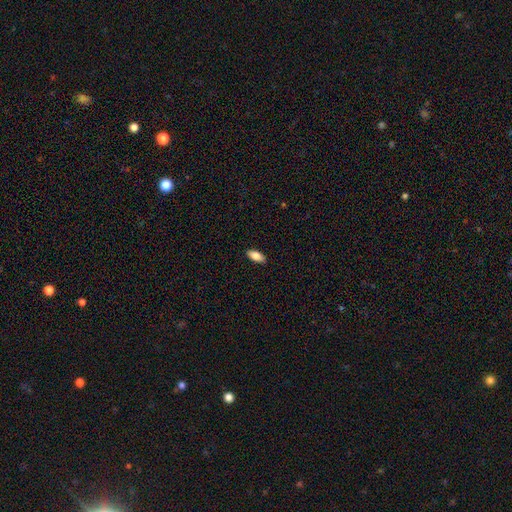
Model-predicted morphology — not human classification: Overall: smooth (83%). How rounded: in between (87%). Merging: none (90%).